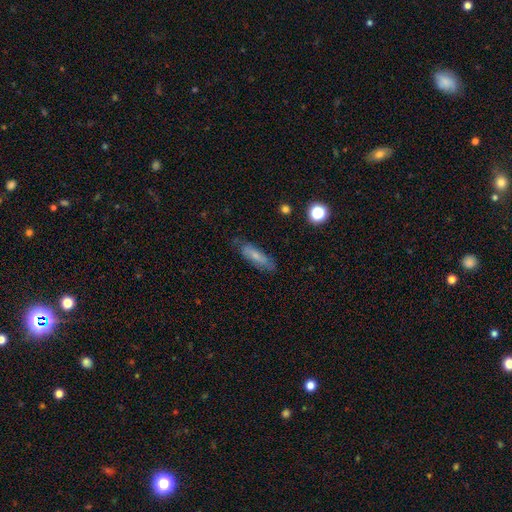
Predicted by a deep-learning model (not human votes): This appears to be a smooth galaxy with no disk features (56%) that is cigar-shaped (49%). Merging: none (73%).